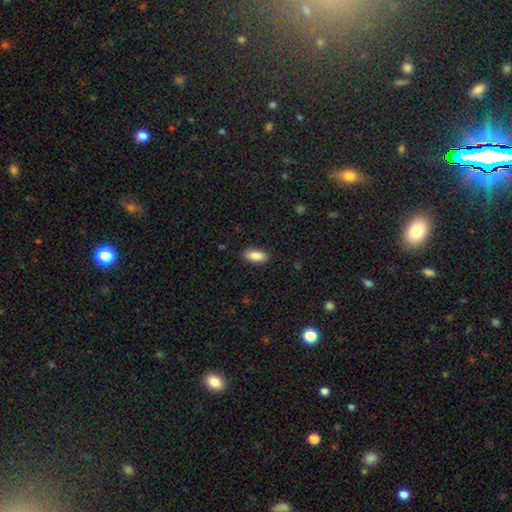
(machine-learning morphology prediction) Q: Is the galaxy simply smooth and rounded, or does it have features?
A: smooth — 89%.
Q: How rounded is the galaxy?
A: in between — 89%.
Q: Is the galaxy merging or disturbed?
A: none — 88%.